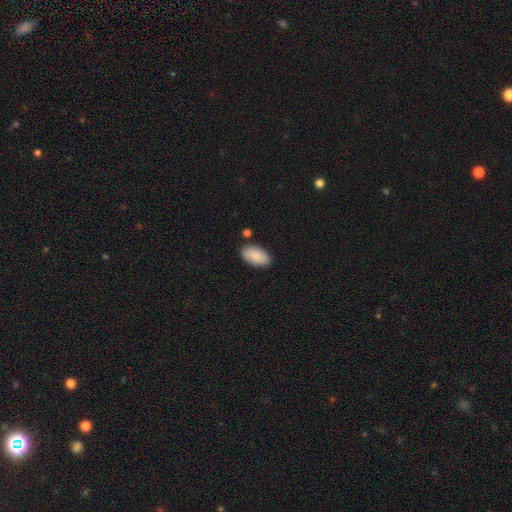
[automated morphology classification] Q: Smooth or featured?
A: smooth (88%); runner-up: featured or disk (6%)
Q: How rounded?
A: in between (95%); runner-up: round (3%)
Q: Merging?
A: none (82%); runner-up: minor disturbance (12%)